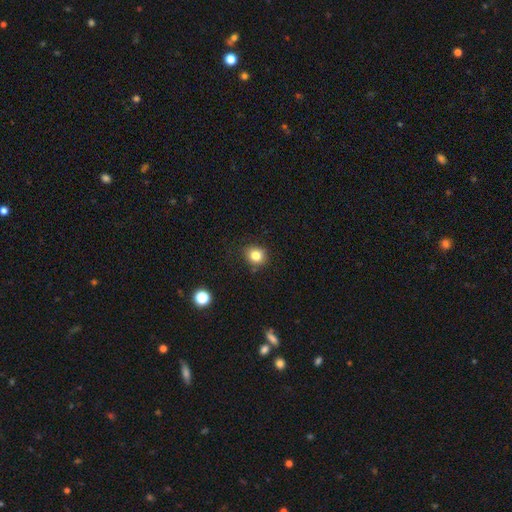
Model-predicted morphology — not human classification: Smooth or featured? smooth (82%)
How rounded? round (77%)
Merging? none (84%)